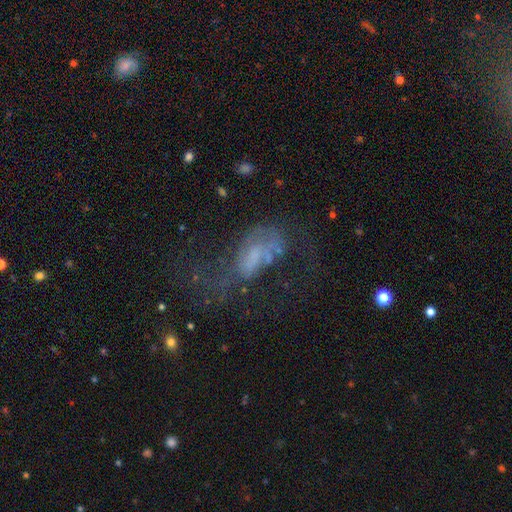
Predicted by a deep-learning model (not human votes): The model was most divided on "smooth or featured": featured or disk: 52%, smooth: 30%, star or artifact: 18%. Remaining: edge-on disk — no (94%); merging — major disturbance (49%).